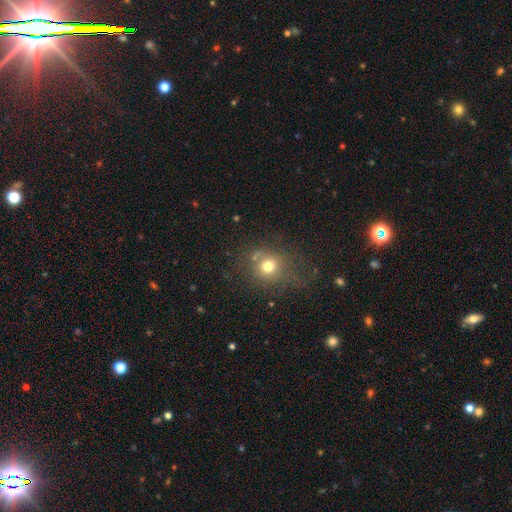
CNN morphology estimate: Smooth or featured? Predicted: smooth (p=0.64). How rounded? Predicted: round (p=0.80). Merging? Predicted: none (p=0.66).